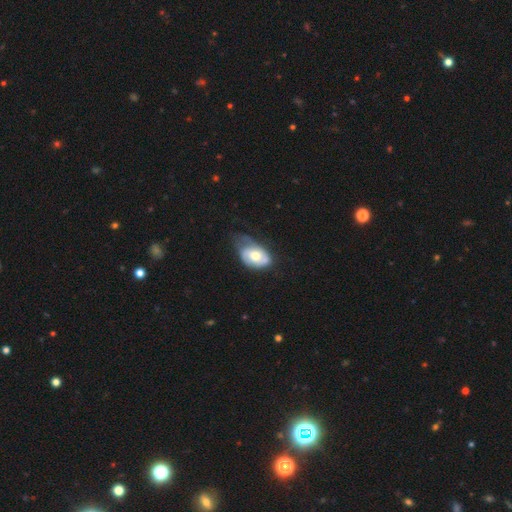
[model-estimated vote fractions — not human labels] This is possibly a featured or disk galaxy (55%). It is clearly not viewed edge-on (94%). Bar: likely no (75%). Spiral arm pattern: likely yes (70%). Central bulge: likely moderate (69%). Merging: marginally minor disturbance (39%).